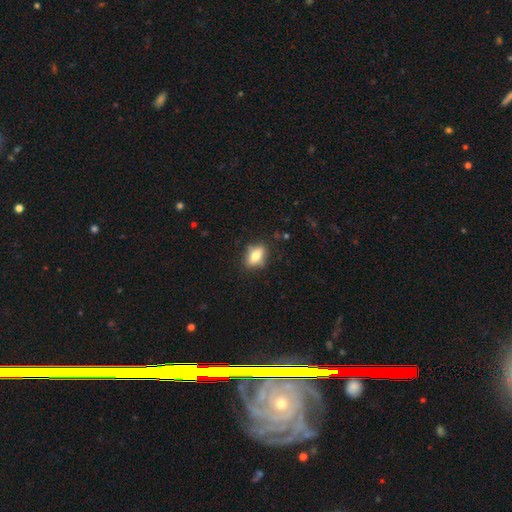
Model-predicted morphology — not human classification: Smooth or featured? Predicted: smooth (p=0.64). How rounded? Predicted: in between (p=0.76). Merging? Predicted: none (p=0.80).